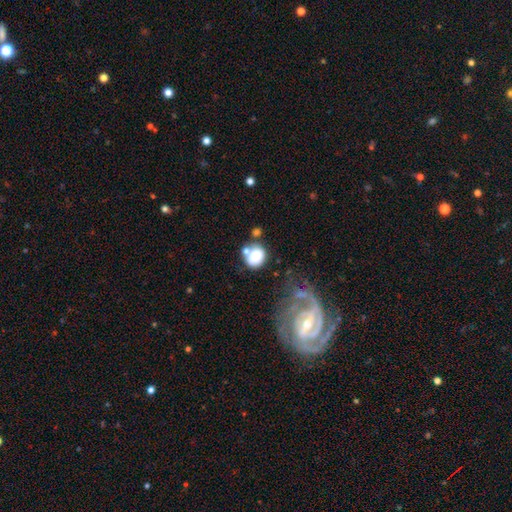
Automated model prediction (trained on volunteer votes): Smooth or featured: smooth — 78% (featured or disk — 13%)
How rounded: round — 64% (in between — 35%)
Merging: none — 44% (merger — 28%)